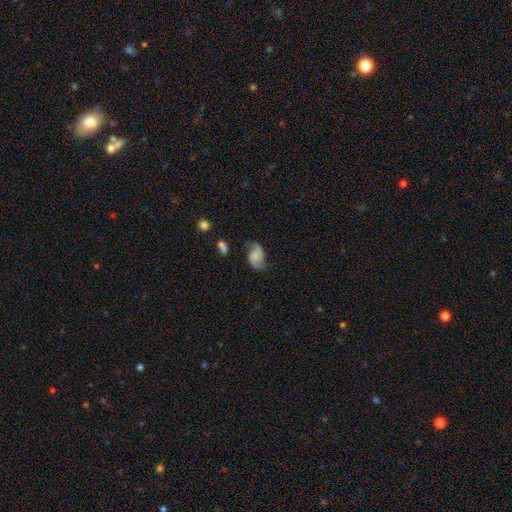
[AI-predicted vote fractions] Smooth or featured? Predicted: featured or disk (p=0.69). Edge-on disk? Predicted: no (p=0.97). Bar? Predicted: no (p=0.61). Spiral arms? Predicted: yes (p=0.94). Spiral winding? Predicted: loose (p=0.55). Spiral arm count? Predicted: 2 (p=0.90). Bulge size? Predicted: none (p=0.38). Merging? Predicted: none (p=0.65).